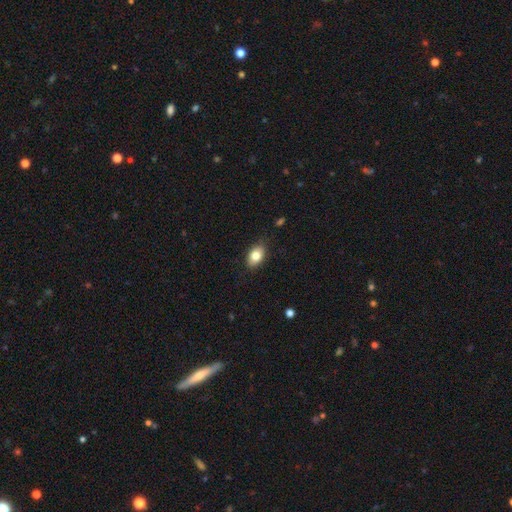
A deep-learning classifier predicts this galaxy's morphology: smooth-or-featured: smooth: 80% | featured or disk: 12% | star or artifact: 8%
  how-rounded: in between: 87% | round: 11% | cigar-shaped: 2%
  merging: none: 84% | minor disturbance: 13% | major disturbance: 3% | merger: 1%